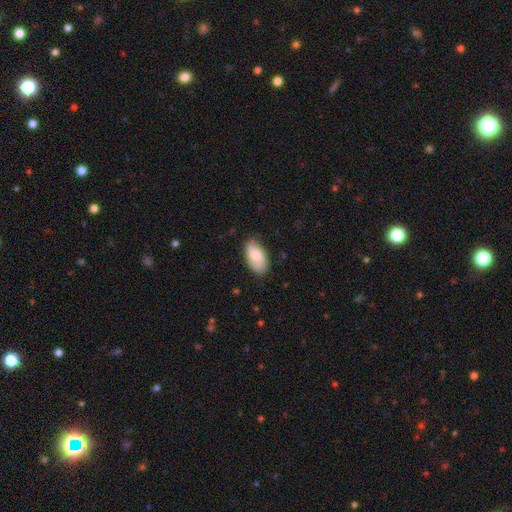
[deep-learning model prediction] A smooth galaxy with no disk features (70%) that is in between round and cigar-shaped (93%). Merging: none (72%).